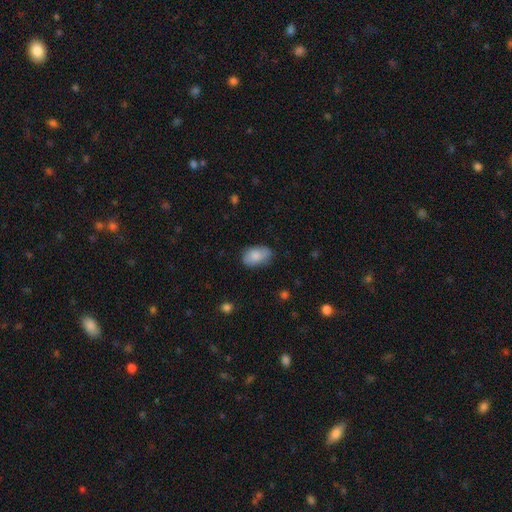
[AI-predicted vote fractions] This appears to be a smooth galaxy with no disk features (81%) that is in between round and cigar-shaped (92%). Merging: none (74%).